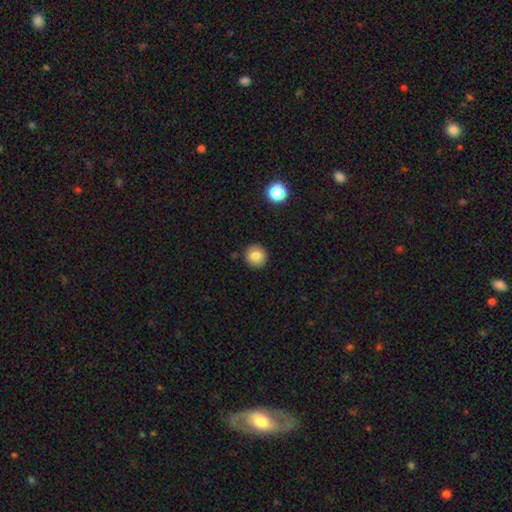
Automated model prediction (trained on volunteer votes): Smooth or featured: smooth — 82% (star or artifact — 10%)
How rounded: round — 93% (in between — 6%)
Merging: none — 91% (minor disturbance — 6%)